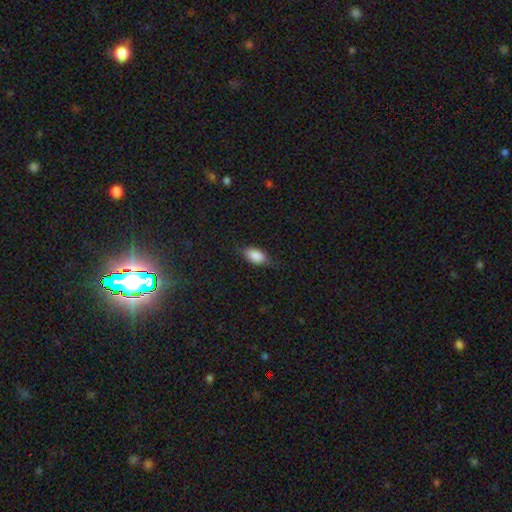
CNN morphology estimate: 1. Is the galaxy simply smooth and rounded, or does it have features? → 85% smooth, 8% featured or disk, 7% star or artifact.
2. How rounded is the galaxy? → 89% in between, 6% cigar-shaped, 5% round.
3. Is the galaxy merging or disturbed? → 72% none, 21% minor disturbance, 5% major disturbance, 1% merger.